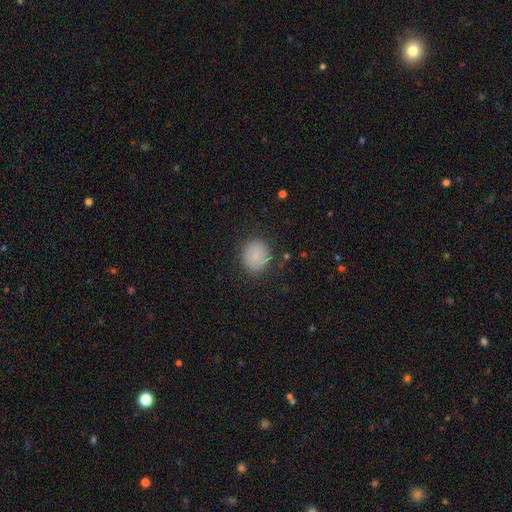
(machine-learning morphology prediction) smooth-or-featured: smooth: 83% | star or artifact: 9% | featured or disk: 8%
  how-rounded: round: 75% | in between: 24% | cigar-shaped: 1%
  merging: none: 84% | minor disturbance: 11% | major disturbance: 4% | merger: 1%